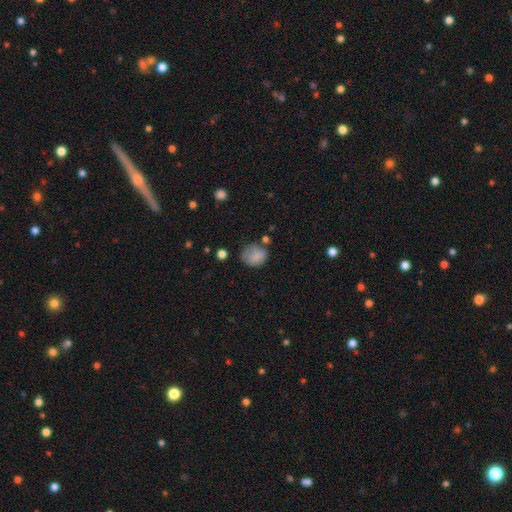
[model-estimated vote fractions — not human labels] Q: Smooth or featured?
A: smooth (81%); runner-up: featured or disk (10%)
Q: How rounded?
A: round (63%); runner-up: in between (36%)
Q: Merging?
A: none (55%); runner-up: minor disturbance (28%)